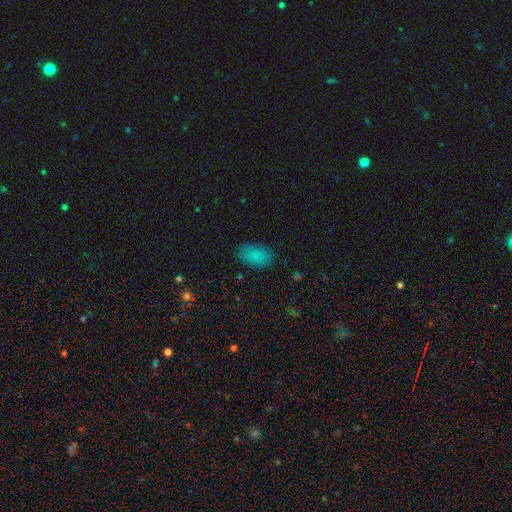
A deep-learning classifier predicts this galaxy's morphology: smooth_or_featured: smooth (p=0.84) [alt: star or artifact p=0.12]
how_rounded: in between (p=0.92) [alt: round p=0.06]
merging: none (p=0.84) [alt: minor disturbance p=0.12]